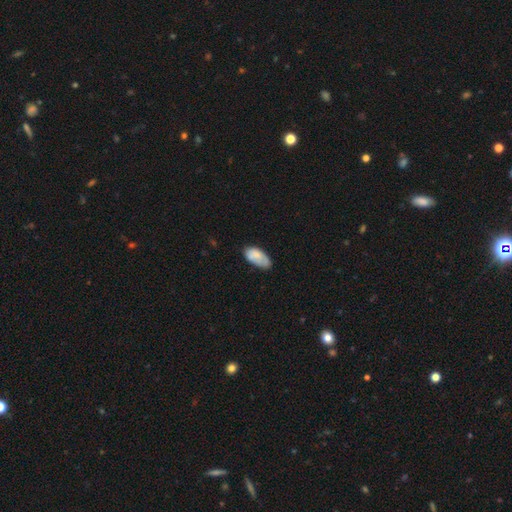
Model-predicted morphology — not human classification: Smooth or featured: smooth — 78% (featured or disk — 15%)
How rounded: in between — 94% (cigar-shaped — 4%)
Merging: none — 51% (minor disturbance — 36%)